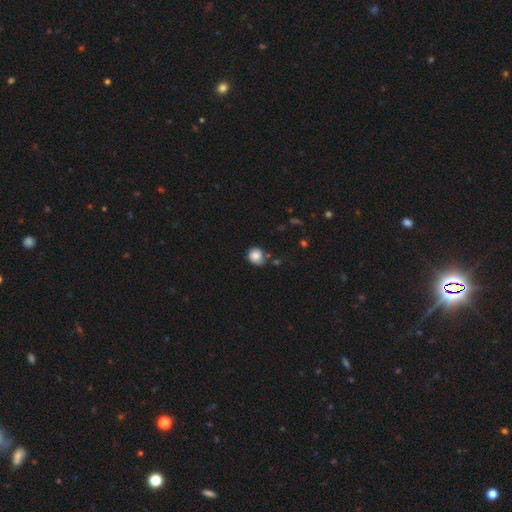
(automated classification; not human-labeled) Q: Smooth or featured?
A: smooth (83%); runner-up: star or artifact (9%)
Q: How rounded?
A: round (78%); runner-up: in between (21%)
Q: Merging?
A: none (62%); runner-up: minor disturbance (25%)